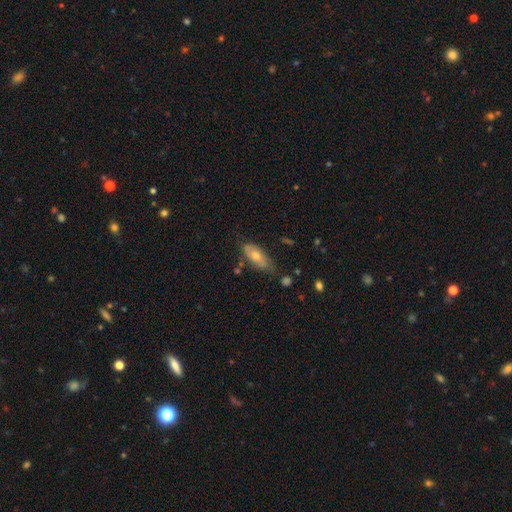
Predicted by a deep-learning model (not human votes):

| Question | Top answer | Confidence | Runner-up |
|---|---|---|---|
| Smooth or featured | smooth | 64% | featured or disk (29%) |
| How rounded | in between | 84% | cigar-shaped (13%) |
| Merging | none | 61% | minor disturbance (28%) |